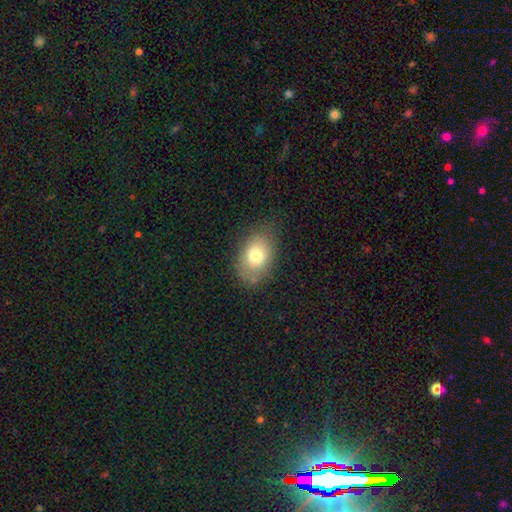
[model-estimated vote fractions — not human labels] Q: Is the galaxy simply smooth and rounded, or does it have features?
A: smooth — 74%.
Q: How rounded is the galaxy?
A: in between — 80%.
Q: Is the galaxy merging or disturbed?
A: none — 74%.